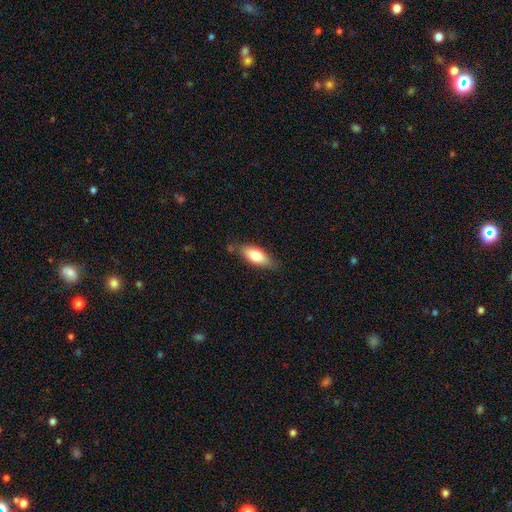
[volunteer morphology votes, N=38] smooth_or_featured: smooth (p=0.79) [alt: featured or disk p=0.16]
how_rounded: in between (p=0.80) [alt: cigar-shaped p=0.20]
merging: none (p=0.81) [alt: minor disturbance p=0.19]